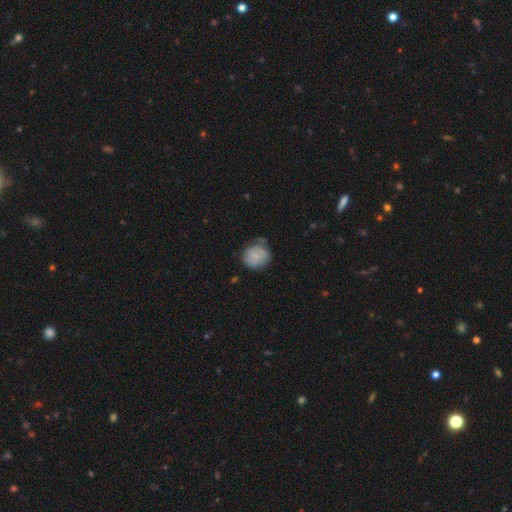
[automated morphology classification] smooth 71%, featured or disk 20%, star or artifact 8%. Down the decision tree: how rounded — round (80%); merging — none (56%).